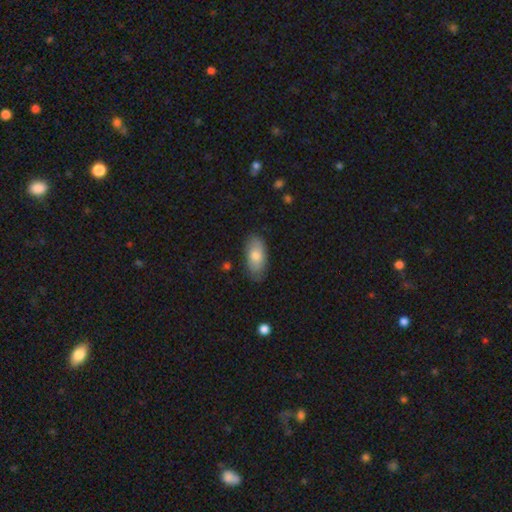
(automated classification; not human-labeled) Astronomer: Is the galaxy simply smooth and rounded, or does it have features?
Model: smooth — 78%.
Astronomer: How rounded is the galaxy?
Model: in between — 91%.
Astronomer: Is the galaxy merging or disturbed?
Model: none — 81%.